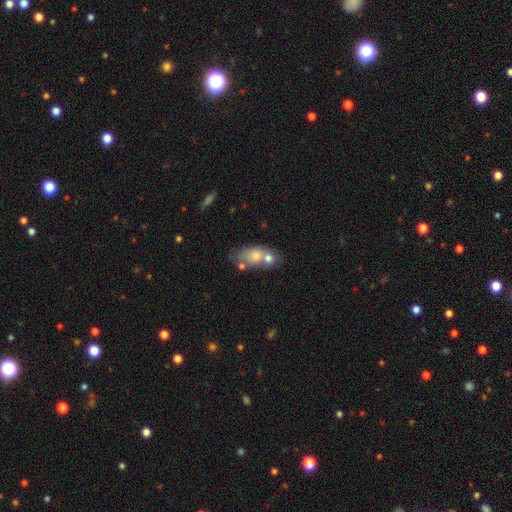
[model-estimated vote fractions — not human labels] A smooth galaxy with no disk features (66%) that is in between round and cigar-shaped (78%). Merging: merger (49%).